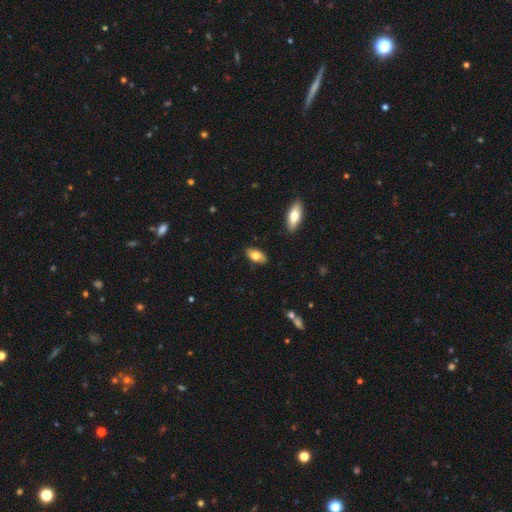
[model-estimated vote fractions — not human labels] smooth_or_featured: smooth (p=0.73) [alt: featured or disk p=0.20]
how_rounded: in between (p=0.91) [alt: cigar-shaped p=0.06]
merging: none (p=0.85) [alt: minor disturbance p=0.12]